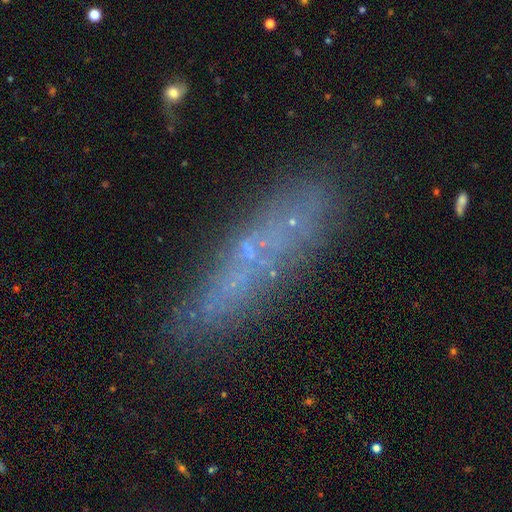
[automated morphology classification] Smooth or featured?
  - smooth: 43% *
  - featured or disk: 38%
  - star or artifact: 18%
Merging?
  - none: 74% *
  - minor disturbance: 15%
  - major disturbance: 6%
  - merger: 5%